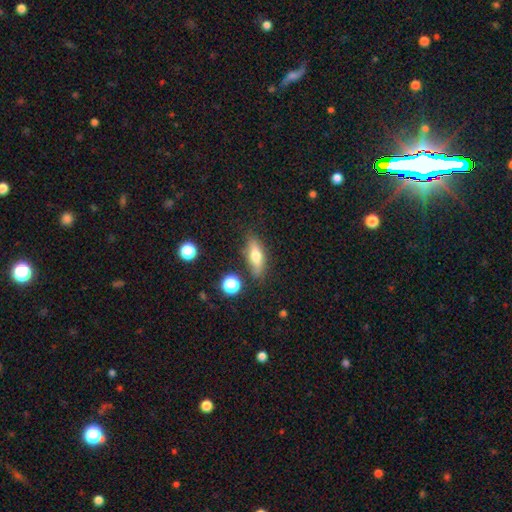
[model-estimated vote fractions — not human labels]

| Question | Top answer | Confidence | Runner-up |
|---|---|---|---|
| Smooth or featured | smooth | 56% | featured or disk (35%) |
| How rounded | in between | 54% | cigar-shaped (41%) |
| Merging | none | 78% | minor disturbance (14%) |